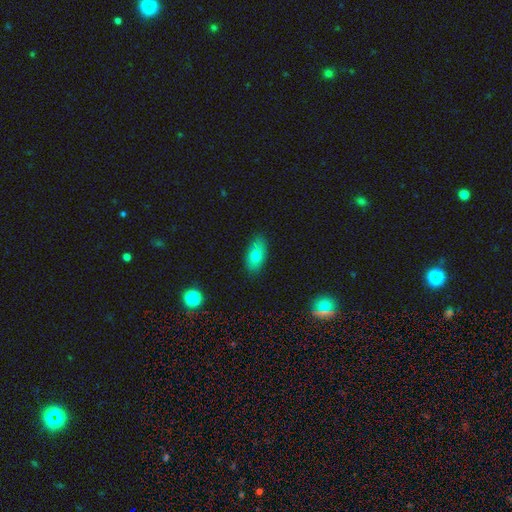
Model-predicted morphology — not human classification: smooth-or-featured: smooth: 76% | featured or disk: 16% | star or artifact: 8%
  how-rounded: in between: 89% | cigar-shaped: 6% | round: 5%
  merging: none: 83% | minor disturbance: 13% | major disturbance: 2% | merger: 1%